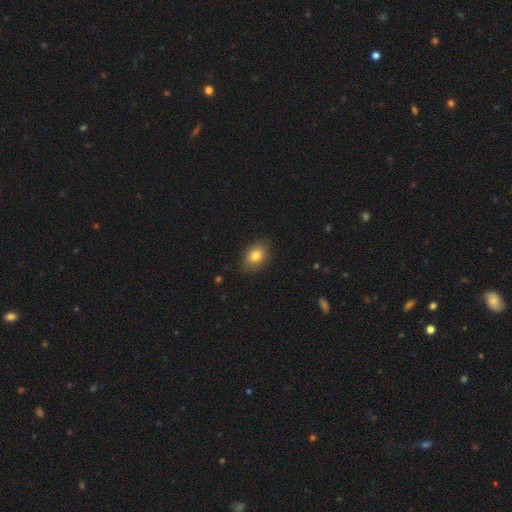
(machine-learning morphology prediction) smooth-or-featured: smooth: 81% | featured or disk: 10% | star or artifact: 9%
  how-rounded: in between: 73% | round: 26% | cigar-shaped: 1%
  merging: none: 85% | minor disturbance: 12% | major disturbance: 2% | merger: 1%